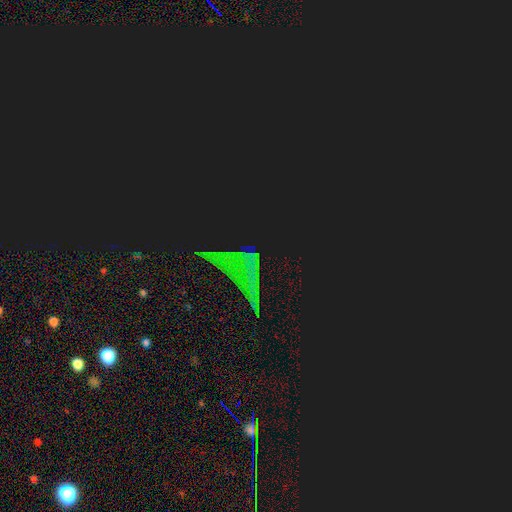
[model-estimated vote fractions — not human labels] This is clearly a star or artifact rather than a galaxy (86%).